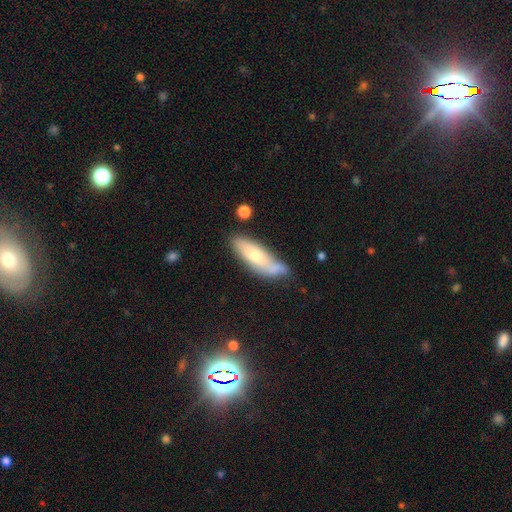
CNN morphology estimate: smooth 62%, featured or disk 31%, star or artifact 7%. Down the decision tree: how rounded — in between (52%); merging — none (52%).